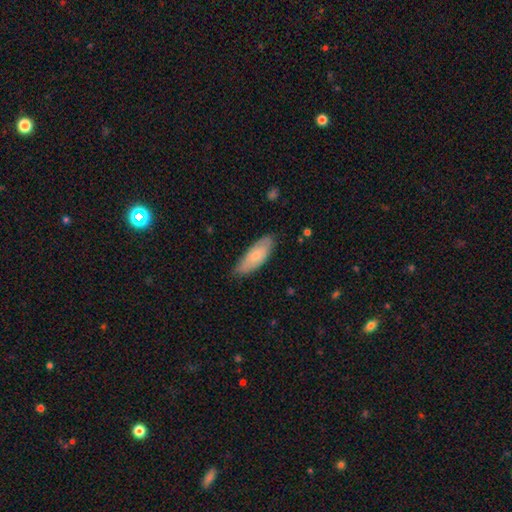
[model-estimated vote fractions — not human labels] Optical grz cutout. It shows a smooth galaxy with no disk features (71%) that is in between round and cigar-shaped (71%). Merging: none (75%).